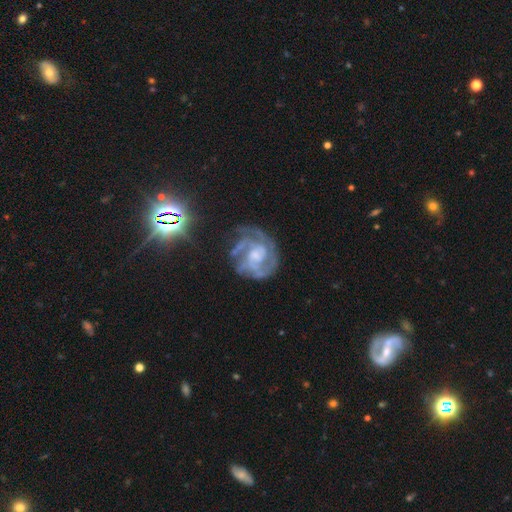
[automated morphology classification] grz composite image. It shows a featured or disk galaxy (84%) with no bar (60%), 3 (28%) tight (57%) spiral arms (93%) and a moderate central bulge (39%). Merging: none (62%).